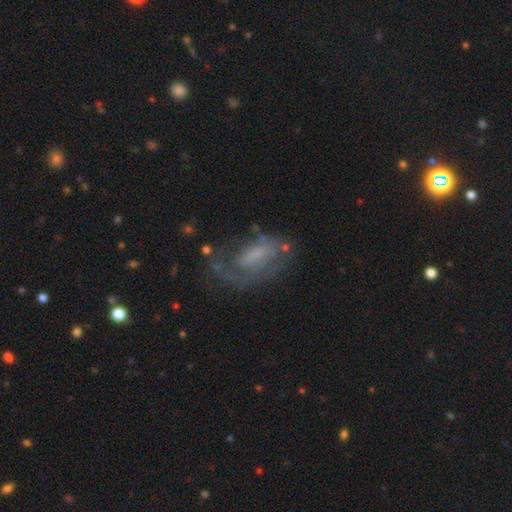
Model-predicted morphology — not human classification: Overall: featured or disk (66%). Edge-on disk: no (95%). Bar: no (44%; weak 41%). Spiral arms: yes (75%). Bulge size: none (38%; small 29%). Merging: none (48%; major disturbance 26%).